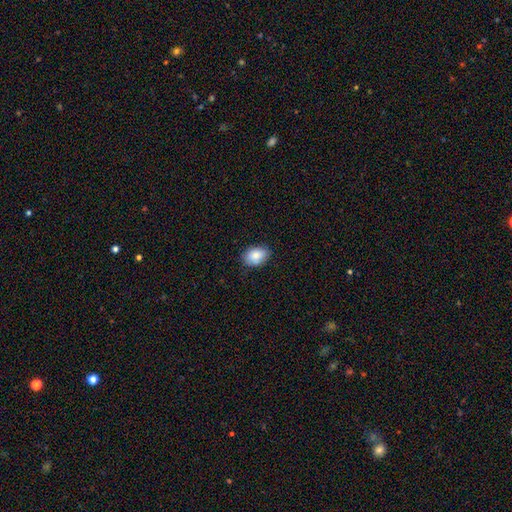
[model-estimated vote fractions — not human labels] Morphology: type=smooth (86%); roundness=in between (79%); merging=none (77%).